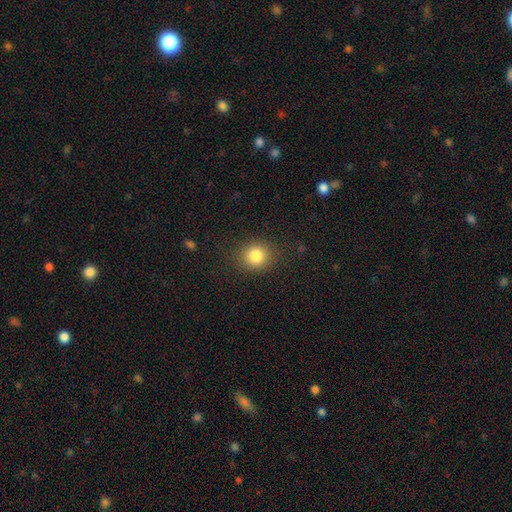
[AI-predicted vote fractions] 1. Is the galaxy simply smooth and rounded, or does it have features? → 83% smooth, 11% star or artifact, 6% featured or disk.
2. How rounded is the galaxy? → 79% round, 20% in between, 1% cigar-shaped.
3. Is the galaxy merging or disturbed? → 86% none, 9% minor disturbance, 4% major disturbance, 1% merger.